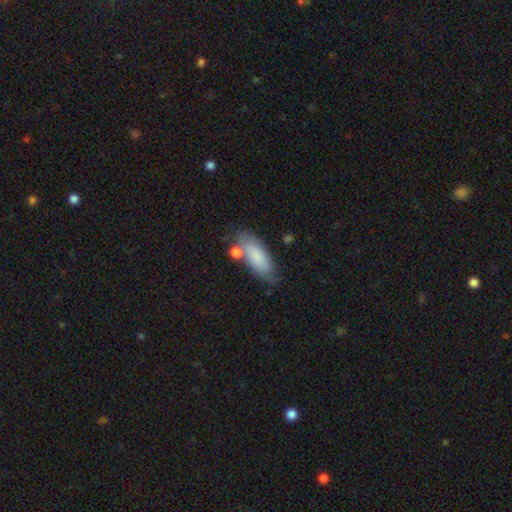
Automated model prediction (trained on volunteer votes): Q: Smooth or featured?
A: smooth (81%); runner-up: featured or disk (13%)
Q: How rounded?
A: in between (73%); runner-up: cigar-shaped (25%)
Q: Merging?
A: none (68%); runner-up: minor disturbance (18%)